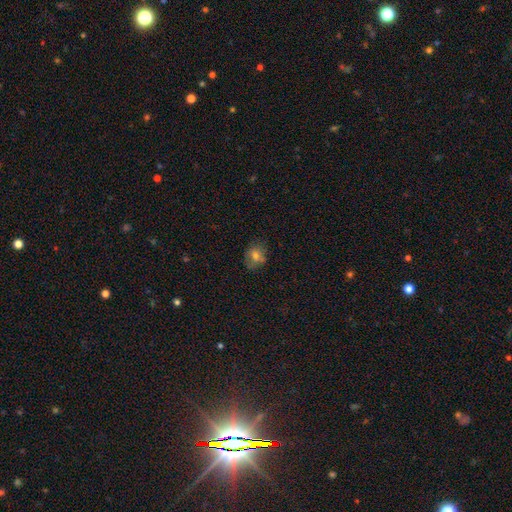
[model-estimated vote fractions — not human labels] The model was most divided on "how rounded": round: 52%, in between: 46%, cigar-shaped: 1%. More confident: smooth or featured — smooth (69%); merging — none (67%).